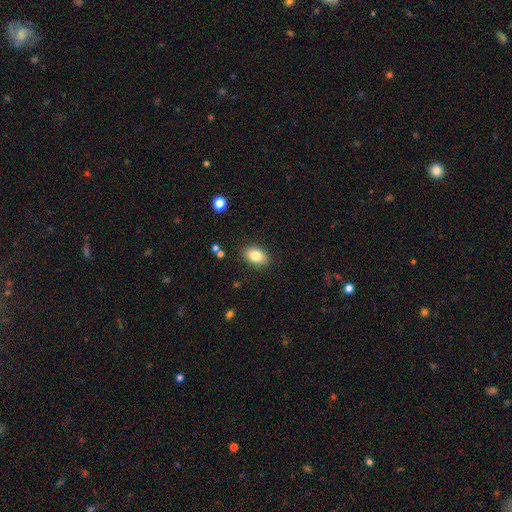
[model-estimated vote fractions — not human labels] This appears to be a smooth galaxy with no disk features (83%) that is in between round and cigar-shaped (87%). Merging: none (87%).